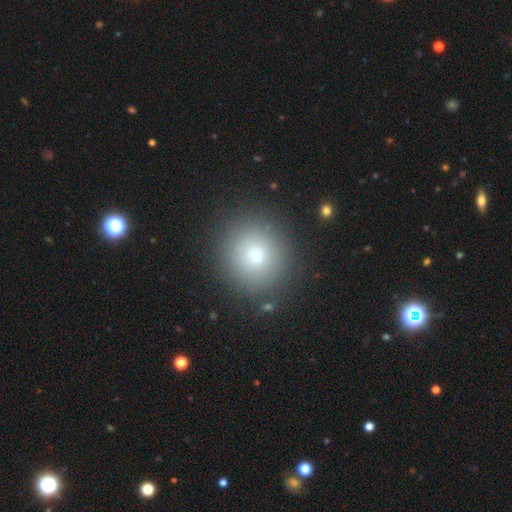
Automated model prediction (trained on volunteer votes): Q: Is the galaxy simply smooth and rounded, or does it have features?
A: smooth — 73%.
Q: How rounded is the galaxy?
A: round — 92%.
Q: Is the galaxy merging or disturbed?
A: none — 88%.